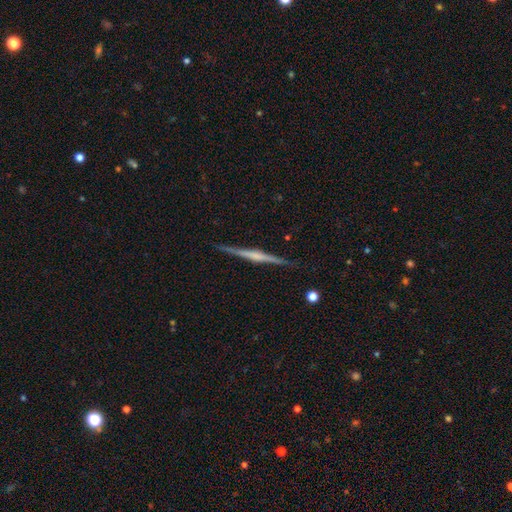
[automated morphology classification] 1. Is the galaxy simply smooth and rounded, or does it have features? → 77% featured or disk, 17% smooth, 6% star or artifact.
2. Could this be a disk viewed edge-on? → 98% yes, 2% no.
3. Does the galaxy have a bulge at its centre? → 47% rounded, 27% boxy, 26% none.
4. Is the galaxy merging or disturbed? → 90% none, 7% minor disturbance, 1% major disturbance, 1% merger.